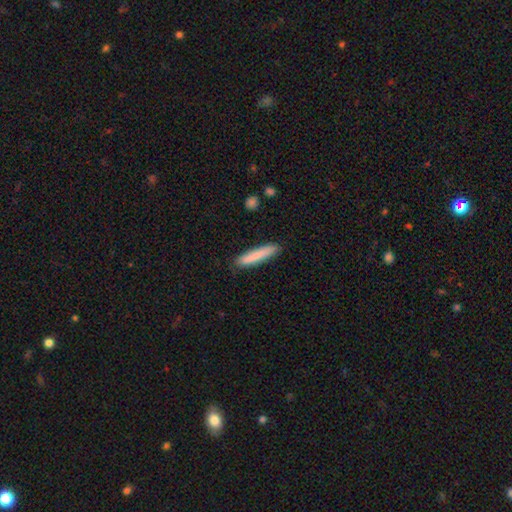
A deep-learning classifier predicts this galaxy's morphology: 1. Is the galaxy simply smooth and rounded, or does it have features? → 82% smooth, 12% featured or disk, 6% star or artifact.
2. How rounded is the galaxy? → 91% cigar-shaped, 8% in between, 1% round.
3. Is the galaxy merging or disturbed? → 85% none, 11% minor disturbance, 2% major disturbance, 1% merger.